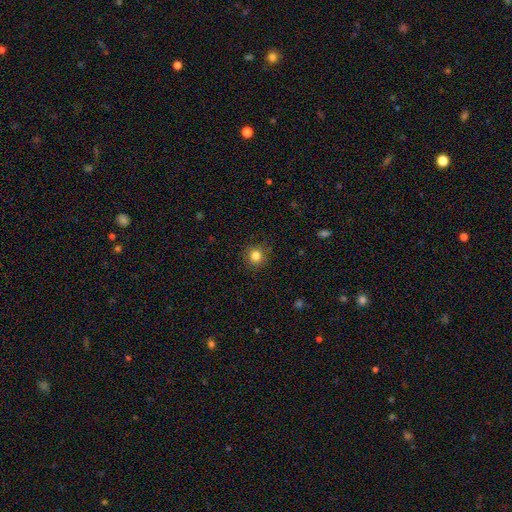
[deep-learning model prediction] Smooth or featured? smooth (82%)
How rounded? round (91%)
Merging? none (88%)